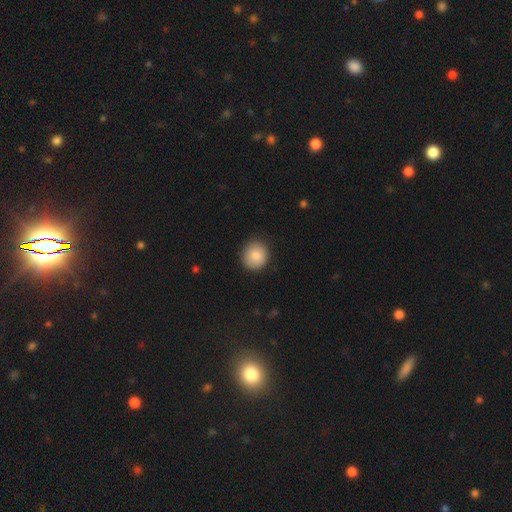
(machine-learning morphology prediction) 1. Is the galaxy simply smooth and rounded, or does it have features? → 85% smooth, 8% star or artifact, 7% featured or disk.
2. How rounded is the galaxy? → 88% round, 11% in between, 1% cigar-shaped.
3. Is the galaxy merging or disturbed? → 88% none, 9% minor disturbance, 2% major disturbance, 1% merger.